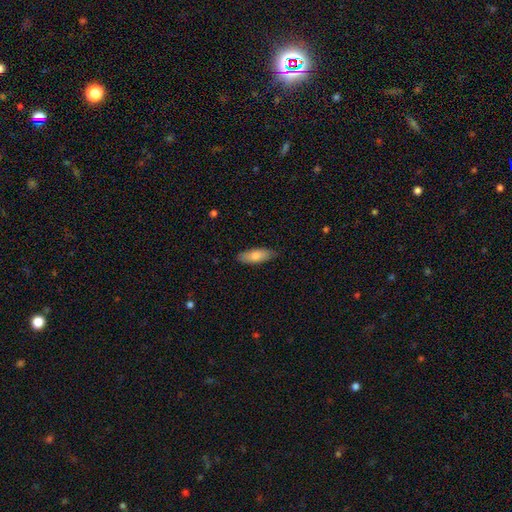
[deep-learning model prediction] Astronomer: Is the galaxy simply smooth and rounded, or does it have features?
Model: smooth — 79%.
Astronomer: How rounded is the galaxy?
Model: in between — 72%.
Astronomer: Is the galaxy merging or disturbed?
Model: none — 84%.